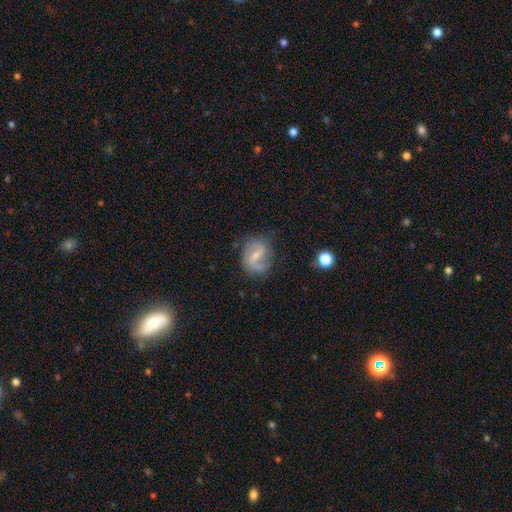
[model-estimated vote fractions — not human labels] This appears to be a featured or disk galaxy (76%) with a weak bar (54%), 2 (78%) loose (45%) spiral arms (92%) and a small central bulge (56%). Merging: none (69%).